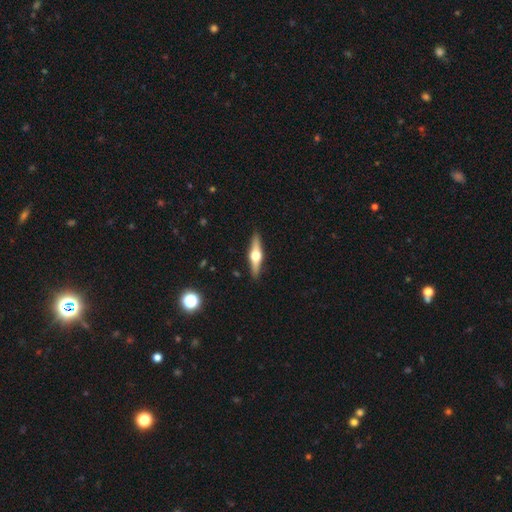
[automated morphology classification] A featured or disk galaxy (71%) viewed edge-on (97%) with a rounded central bulge (96%).

Vote fractions:
- Smooth or featured? featured or disk: 71% / smooth: 24% / star or artifact: 5%
- Edge-on disk? yes: 97% / no: 3%
- Edge-on bulge? rounded: 96% / boxy: 3% / none: 1%
- Merging? none: 91% / minor disturbance: 7% / major disturbance: 1% / merger: 1%